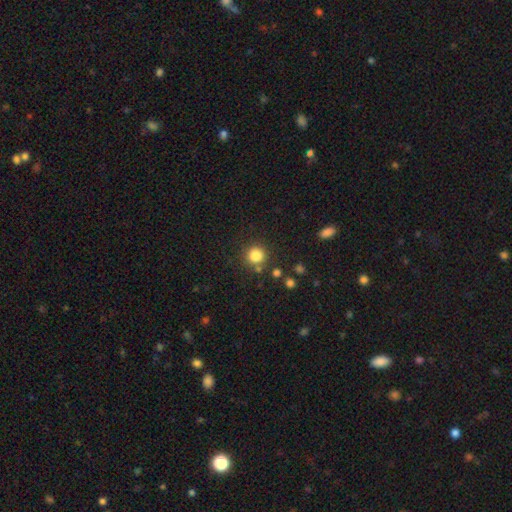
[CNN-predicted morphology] The model was most divided on "smooth or featured": smooth: 83%, star or artifact: 12%, featured or disk: 5%. More confident: how rounded — round (92%); merging — none (81%).